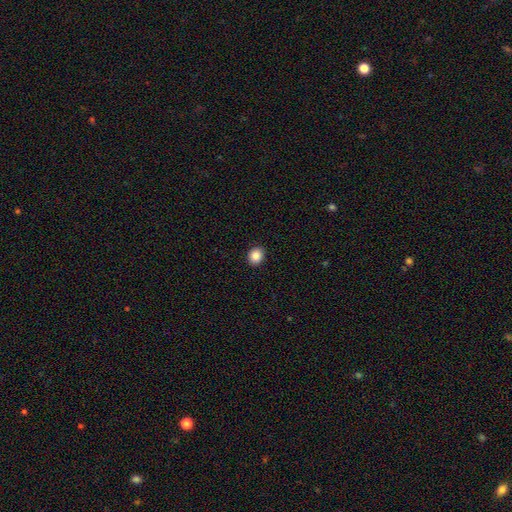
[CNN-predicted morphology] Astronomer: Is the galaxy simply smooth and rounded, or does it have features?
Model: smooth — 87%.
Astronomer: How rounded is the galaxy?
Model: round — 66%.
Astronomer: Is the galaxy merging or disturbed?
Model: none — 91%.